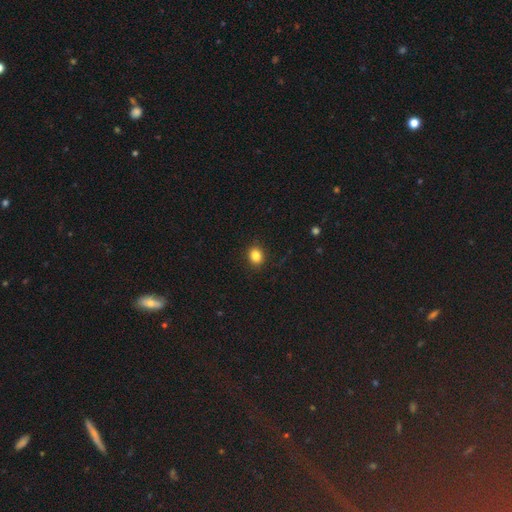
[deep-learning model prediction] This appears to be a smooth galaxy with no disk features (84%) that is round (59%). Merging: none (90%).